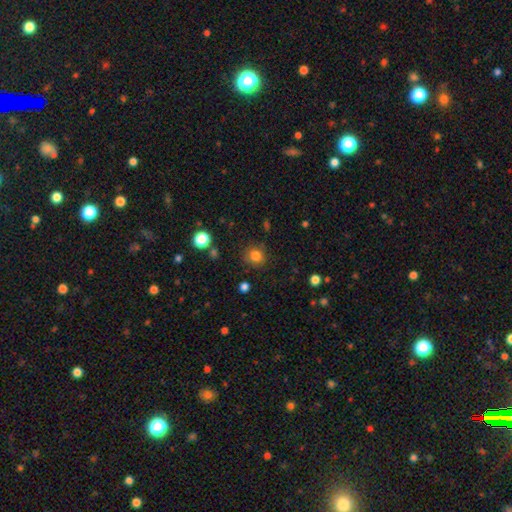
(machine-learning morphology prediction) Smooth or featured? Predicted: smooth (p=0.82). How rounded? Predicted: round (p=0.88). Merging? Predicted: none (p=0.85).